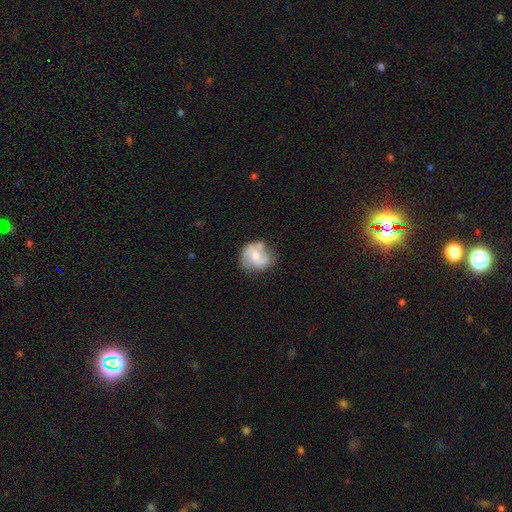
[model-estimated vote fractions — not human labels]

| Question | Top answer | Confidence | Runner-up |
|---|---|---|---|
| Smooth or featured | featured or disk | 59% | smooth (34%) |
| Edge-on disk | no | 98% | yes (2%) |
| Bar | no | 51% | weak (38%) |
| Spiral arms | yes | 78% | no (22%) |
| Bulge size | moderate | 46% | small (42%) |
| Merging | none | 53% | minor disturbance (25%) |